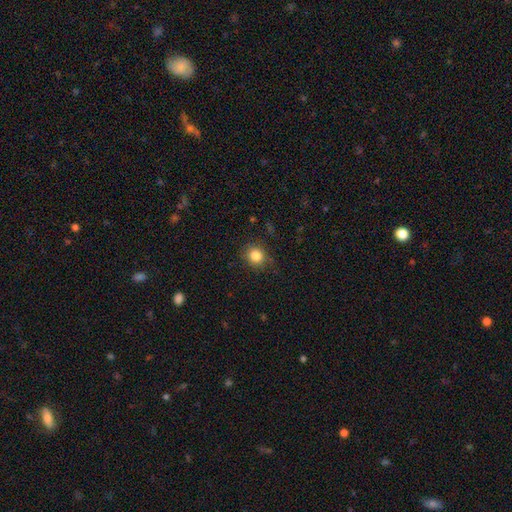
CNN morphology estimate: smooth-or-featured: smooth: 84% | star or artifact: 11% | featured or disk: 5%
  how-rounded: round: 84% | in between: 15% | cigar-shaped: 1%
  merging: none: 86% | minor disturbance: 10% | major disturbance: 3% | merger: 1%